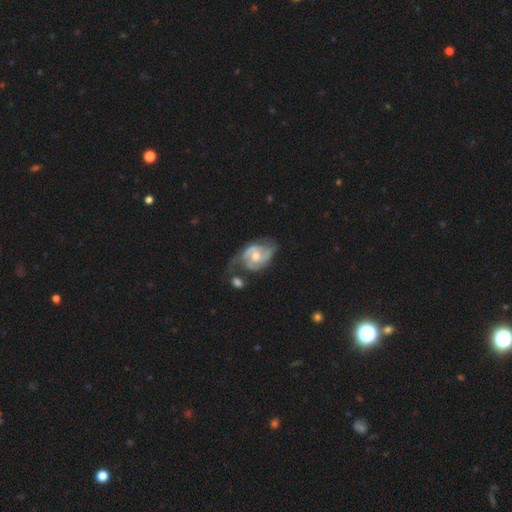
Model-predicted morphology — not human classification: Smooth or featured?
  - featured or disk: 78% *
  - smooth: 17%
  - star or artifact: 5%
Edge-on disk?
  - no: 97% *
  - yes: 3%
Bar?
  - no: 59% *
  - weak: 34%
  - strong: 7%
Spiral arms?
  - yes: 88% *
  - no: 12%
Spiral winding?
  - medium: 43% *
  - tight: 38%
  - loose: 19%
Spiral arm count?
  - 2: 67% *
  - can't tell: 17%
  - 3: 7%
  - 1: 6%
  - 4: 2%
  - more than 4: 2%
Bulge size?
  - moderate: 69% *
  - small: 23%
  - large: 5%
  - none: 1%
  - dominant: 1%
Merging?
  - none: 39% *
  - minor disturbance: 29%
  - major disturbance: 21%
  - merger: 11%